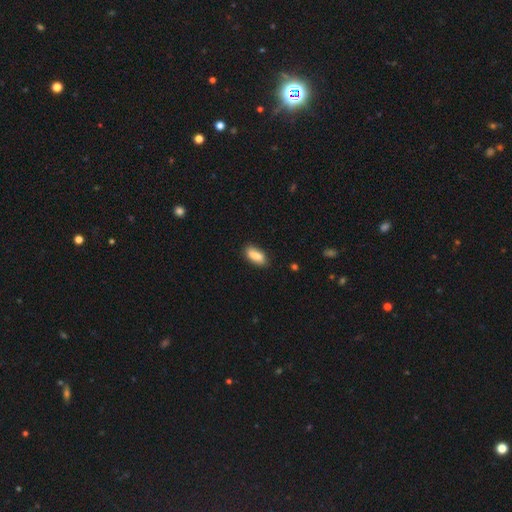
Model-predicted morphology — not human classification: This appears to be a smooth galaxy with no disk features (83%) that is in between round and cigar-shaped (78%). Merging: none (79%).